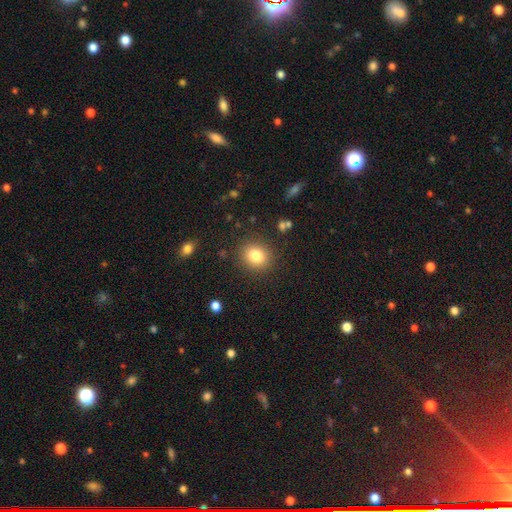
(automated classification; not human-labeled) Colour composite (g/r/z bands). It shows a smooth galaxy with no disk features (81%) that is round (70%). Merging: none (87%).